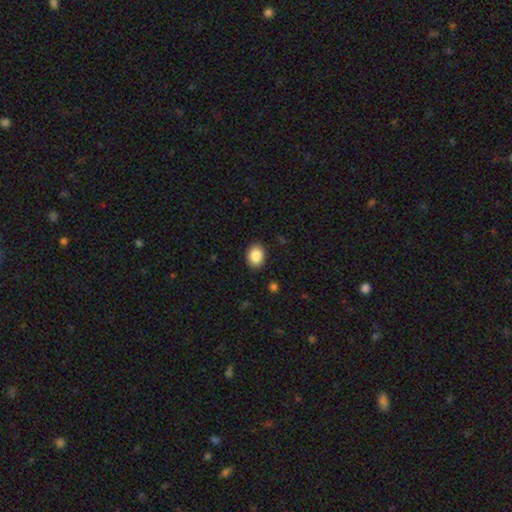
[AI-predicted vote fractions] Smooth or featured: smooth — 87% (star or artifact — 8%)
How rounded: in between — 60% (round — 39%)
Merging: none — 89% (minor disturbance — 8%)